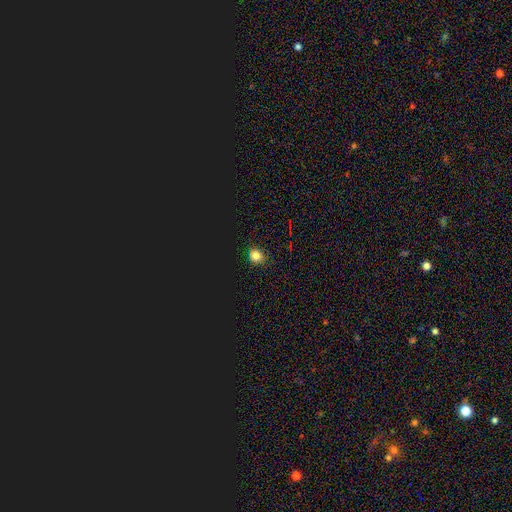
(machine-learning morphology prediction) Q: Smooth or featured?
A: smooth (75%); runner-up: star or artifact (21%)
Q: How rounded?
A: round (77%); runner-up: in between (22%)
Q: Merging?
A: none (87%); runner-up: minor disturbance (10%)